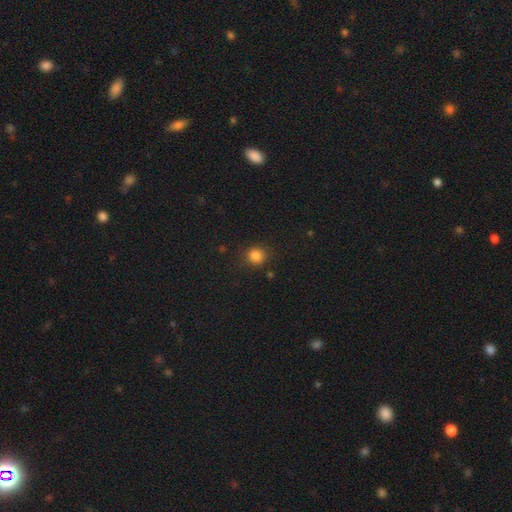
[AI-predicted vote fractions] Smooth or featured? Predicted: smooth (p=0.83). How rounded? Predicted: round (p=0.86). Merging? Predicted: none (p=0.84).